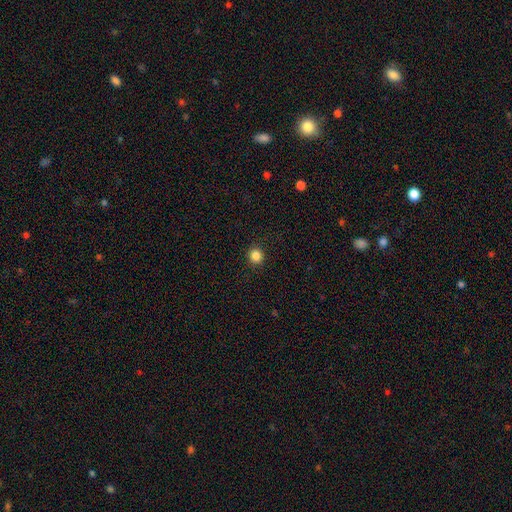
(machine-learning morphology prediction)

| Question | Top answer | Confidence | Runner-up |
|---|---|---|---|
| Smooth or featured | smooth | 85% | star or artifact (11%) |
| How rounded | round | 91% | in between (8%) |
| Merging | none | 92% | minor disturbance (6%) |